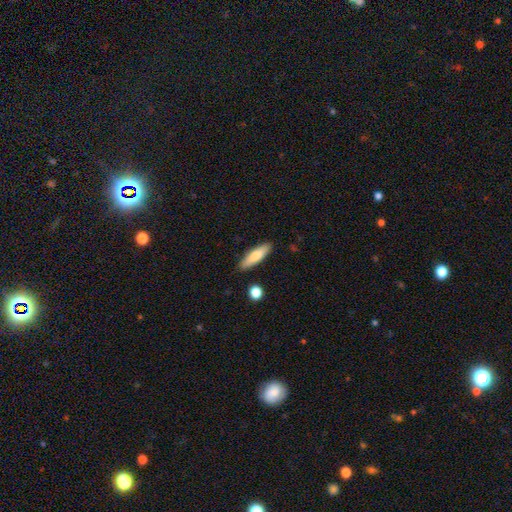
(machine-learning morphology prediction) smooth 75%, featured or disk 19%, star or artifact 6%. Down the decision tree: how rounded — cigar-shaped (63%); merging — none (87%).